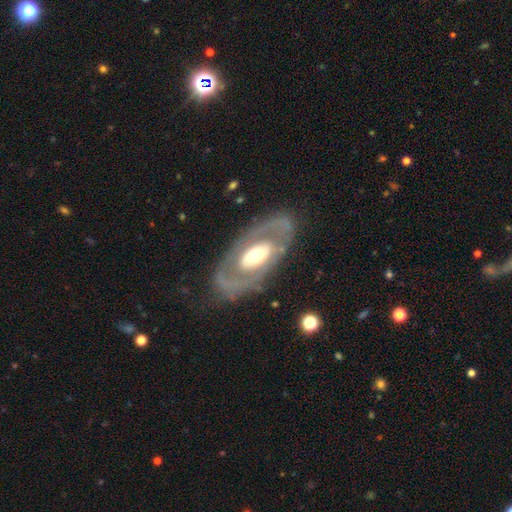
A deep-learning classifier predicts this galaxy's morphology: smooth_or_featured: featured or disk (p=0.70) [alt: smooth p=0.25]
disk_edge_on: no (p=0.90) [alt: yes p=0.10]
bar: no (p=0.73) [alt: weak p=0.17]
has_spiral_arms: no (p=0.68) [alt: yes p=0.32]
bulge_size: moderate (p=0.61) [alt: large p=0.26]
merging: none (p=0.75) [alt: minor disturbance p=0.14]